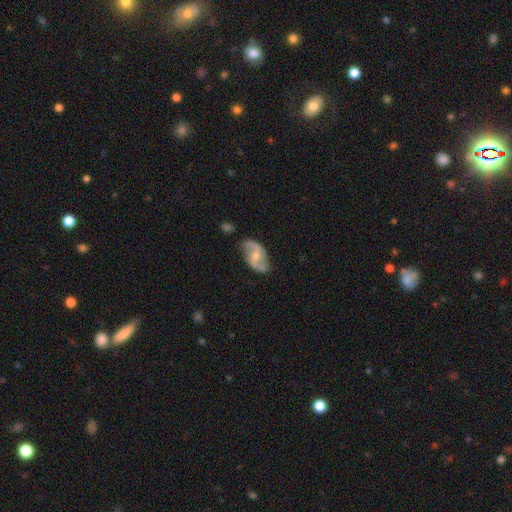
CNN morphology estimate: Smooth or featured? featured or disk (78%)
Edge-on disk? no (96%)
Bar? no (46%)
Spiral arms? yes (90%)
Spiral winding? loose (46%)
Spiral arm count? 2 (90%)
Bulge size? moderate (65%)
Merging? none (74%)